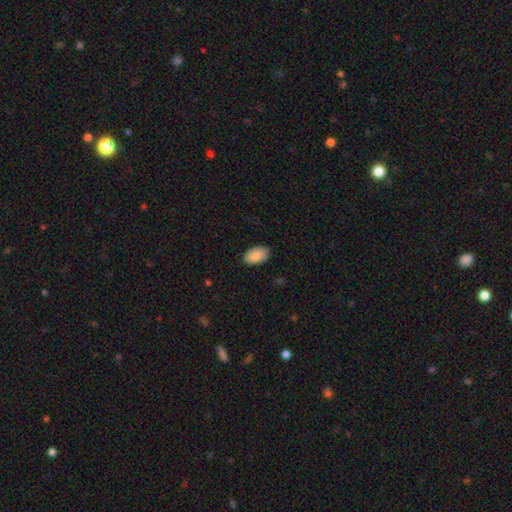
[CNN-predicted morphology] A smooth galaxy with no disk features (89%) that is in between round and cigar-shaped (94%).

Vote fractions:
- Smooth or featured? smooth: 89% / star or artifact: 6% / featured or disk: 5%
- How rounded? in between: 94% / round: 5% / cigar-shaped: 1%
- Merging? none: 87% / minor disturbance: 10% / major disturbance: 2% / merger: 1%